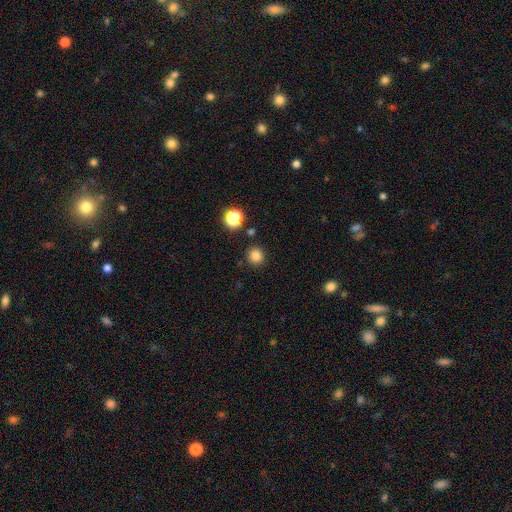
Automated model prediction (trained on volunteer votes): smooth-or-featured: smooth: 82% | star or artifact: 14% | featured or disk: 4%
  how-rounded: round: 93% | in between: 6% | cigar-shaped: 1%
  merging: none: 89% | minor disturbance: 6% | merger: 3% | major disturbance: 2%